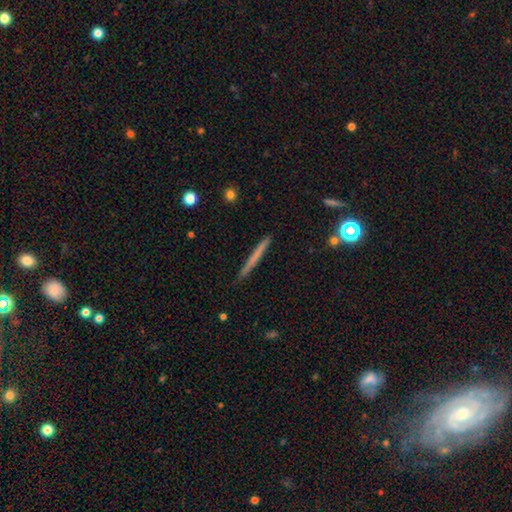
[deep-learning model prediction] The model was most divided on "smooth or featured": smooth: 55%, featured or disk: 38%, star or artifact: 7%. More confident: how rounded — cigar-shaped (96%); merging — none (90%).